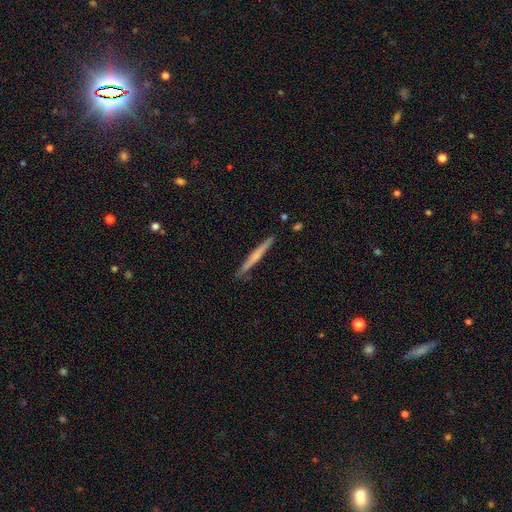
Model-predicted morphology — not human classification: Smooth or featured?
  - smooth: 48% *
  - featured or disk: 46%
  - star or artifact: 5%
Merging?
  - none: 90% *
  - minor disturbance: 7%
  - major disturbance: 1%
  - merger: 1%